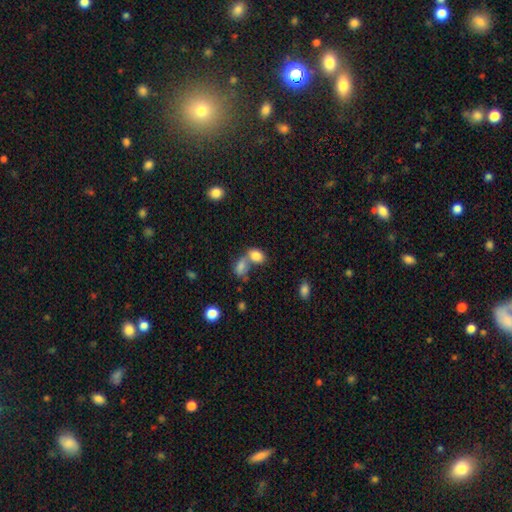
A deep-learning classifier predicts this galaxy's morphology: This is clearly a smooth galaxy (82%). How rounded: clearly in between (81%). Merging: possibly merger (57%).